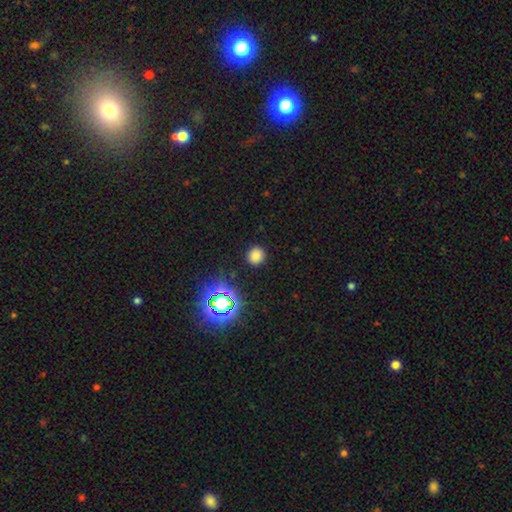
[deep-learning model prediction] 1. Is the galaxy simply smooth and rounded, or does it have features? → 76% smooth, 19% star or artifact, 5% featured or disk.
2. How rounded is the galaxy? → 88% round, 11% in between, 1% cigar-shaped.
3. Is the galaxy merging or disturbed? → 88% none, 7% minor disturbance, 3% major disturbance, 1% merger.